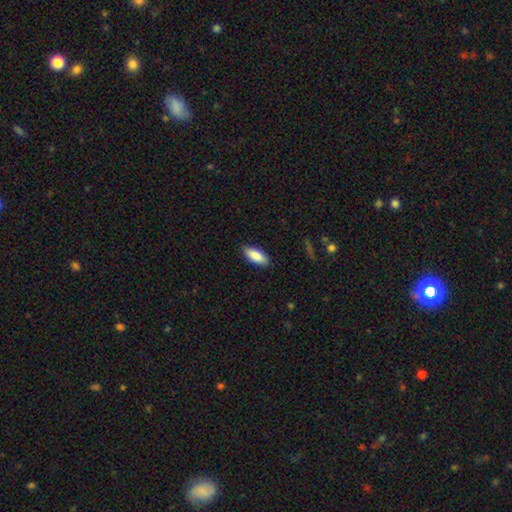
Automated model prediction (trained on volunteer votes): The model was most divided on "how rounded": in between: 81%, cigar-shaped: 17%, round: 2%. More confident: smooth or featured — smooth (88%); merging — none (86%).